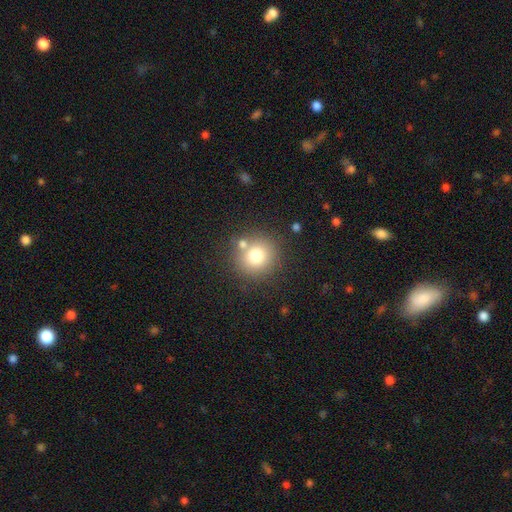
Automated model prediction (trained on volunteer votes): Smooth or featured: smooth — 76% (star or artifact — 13%)
How rounded: round — 91% (in between — 8%)
Merging: none — 75% (merger — 12%)